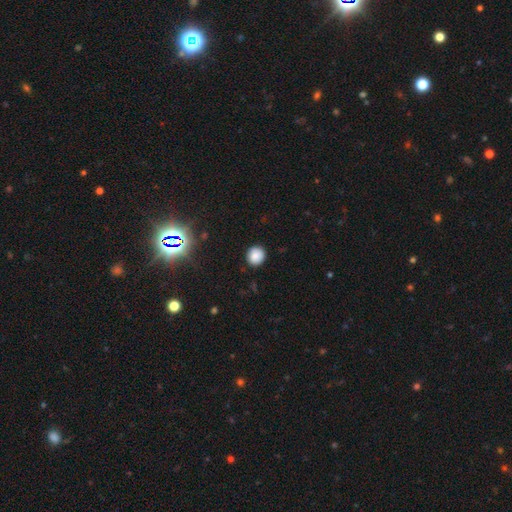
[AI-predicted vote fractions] Morphology: type=smooth (84%); roundness=round (91%); merging=none (88%).